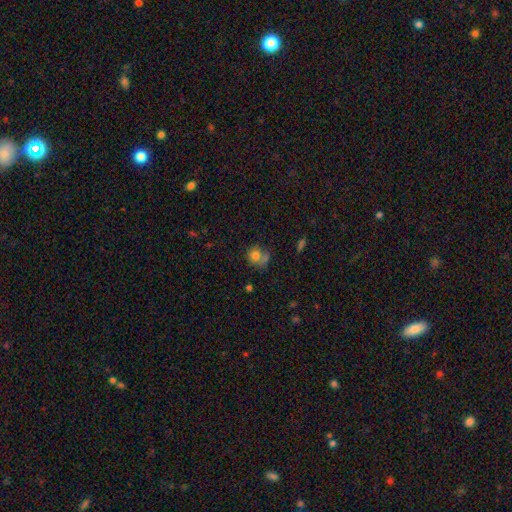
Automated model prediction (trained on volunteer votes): The model was most divided on "merging": none: 42%, merger: 30%, minor disturbance: 17%, major disturbance: 10%. More confident: smooth or featured — smooth (77%); how rounded — round (76%).